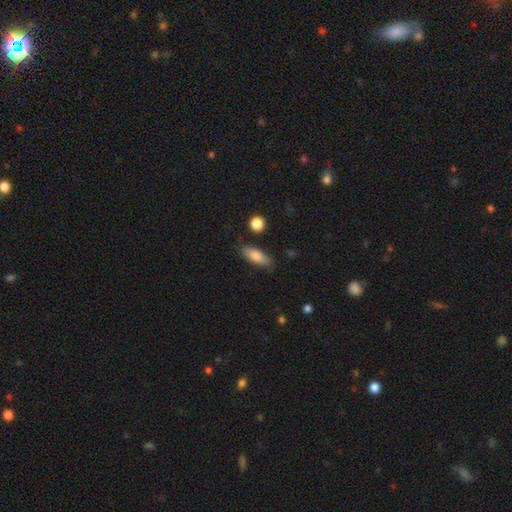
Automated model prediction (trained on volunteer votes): Smooth or featured? smooth (82%)
How rounded? in between (68%)
Merging? none (81%)